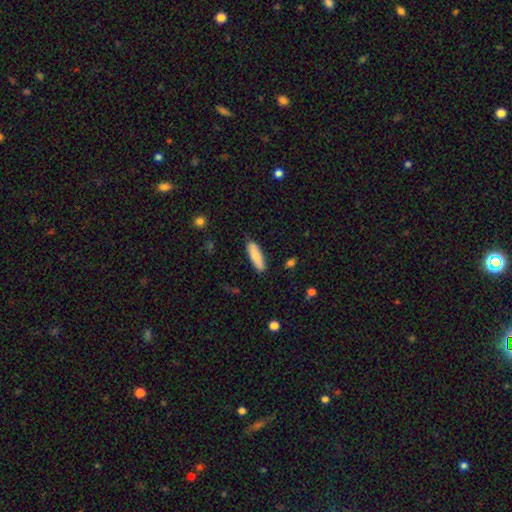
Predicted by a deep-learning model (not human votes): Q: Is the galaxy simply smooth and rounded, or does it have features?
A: smooth — 85%.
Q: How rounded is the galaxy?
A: cigar-shaped — 53%.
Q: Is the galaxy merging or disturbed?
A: none — 86%.